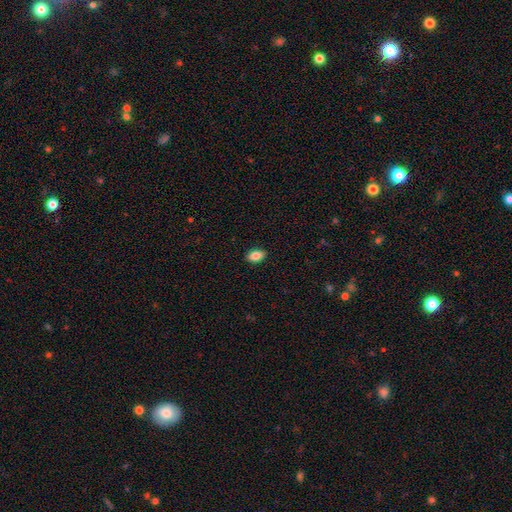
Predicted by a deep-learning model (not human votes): Q: Smooth or featured?
A: smooth (86%); runner-up: star or artifact (8%)
Q: How rounded?
A: in between (87%); runner-up: round (11%)
Q: Merging?
A: none (89%); runner-up: minor disturbance (8%)